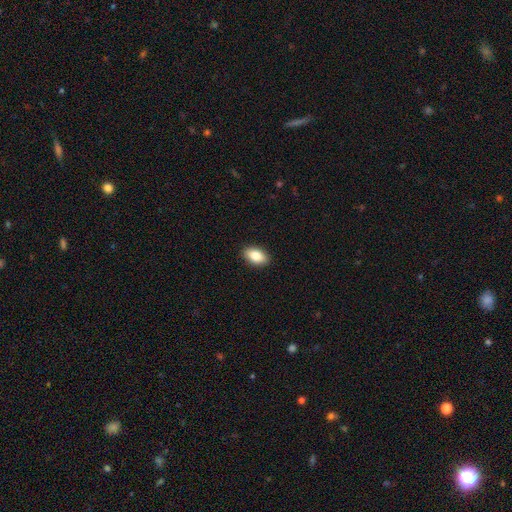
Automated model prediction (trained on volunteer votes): A smooth galaxy with no disk features (85%) that is in between round and cigar-shaped (91%).

Vote fractions:
- Smooth or featured? smooth: 85% / featured or disk: 8% / star or artifact: 7%
- How rounded? in between: 91% / round: 6% / cigar-shaped: 2%
- Merging? none: 90% / minor disturbance: 7% / major disturbance: 2% / merger: 1%